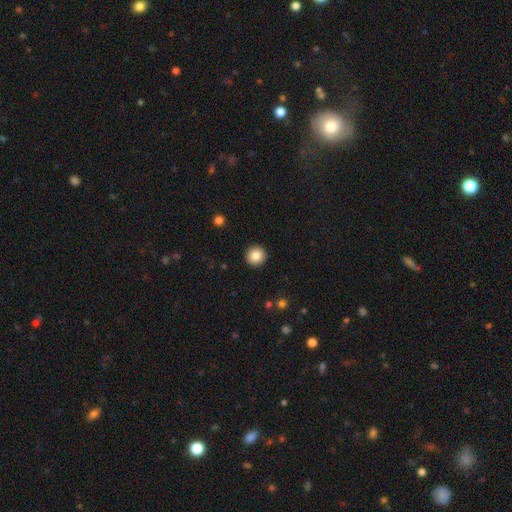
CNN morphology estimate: This appears to be a smooth galaxy with no disk features (85%) that is round (95%). Merging: none (93%).